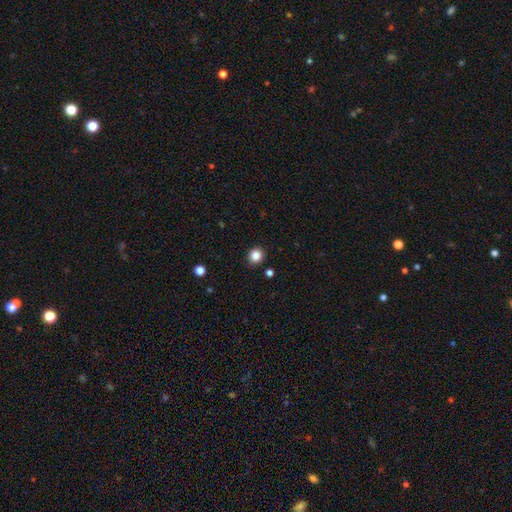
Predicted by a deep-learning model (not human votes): The model was most divided on "smooth or featured": smooth: 84%, star or artifact: 11%, featured or disk: 4%. More confident: merging — none (91%); how rounded — round (86%).